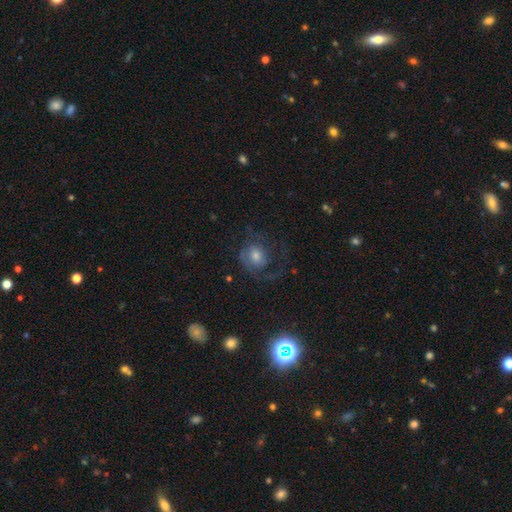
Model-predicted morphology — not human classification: This appears to be a featured or disk galaxy (62%) with no bar (70%), 2 (41%) medium (45%) spiral arms (85%) and a moderate central bulge (53%). Merging: none (55%).